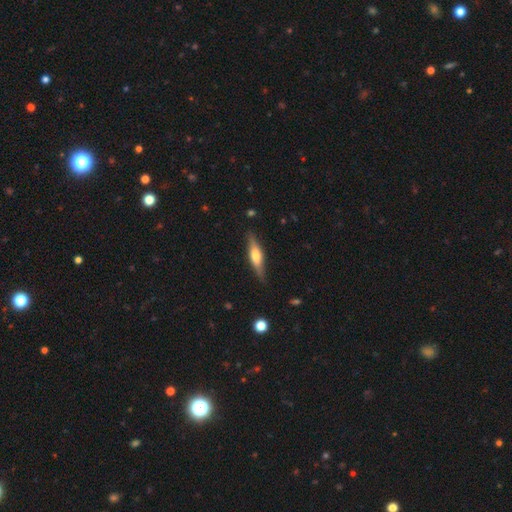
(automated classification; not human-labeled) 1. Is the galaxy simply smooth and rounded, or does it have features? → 56% featured or disk, 38% smooth, 6% star or artifact.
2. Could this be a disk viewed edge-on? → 93% yes, 7% no.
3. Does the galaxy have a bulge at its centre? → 83% rounded, 12% boxy, 5% none.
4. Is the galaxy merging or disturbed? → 84% none, 12% minor disturbance, 3% major disturbance, 1% merger.